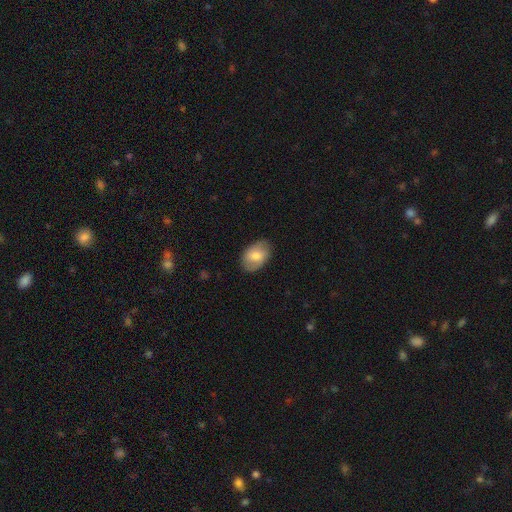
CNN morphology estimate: A smooth galaxy with no disk features (74%) that is in between round and cigar-shaped (88%).

Vote fractions:
- Smooth or featured? smooth: 74% / featured or disk: 20% / star or artifact: 6%
- How rounded? in between: 88% / round: 11% / cigar-shaped: 1%
- Merging? none: 83% / minor disturbance: 13% / major disturbance: 3% / merger: 1%